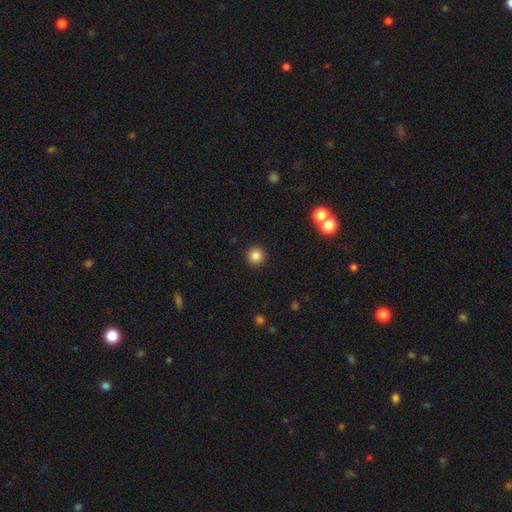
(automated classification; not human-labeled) A smooth galaxy with no disk features (85%) that is round (95%).

Vote fractions:
- Smooth or featured? smooth: 85% / star or artifact: 11% / featured or disk: 4%
- How rounded? round: 95% / in between: 4% / cigar-shaped: 1%
- Merging? none: 92% / minor disturbance: 4% / major disturbance: 2% / merger: 2%